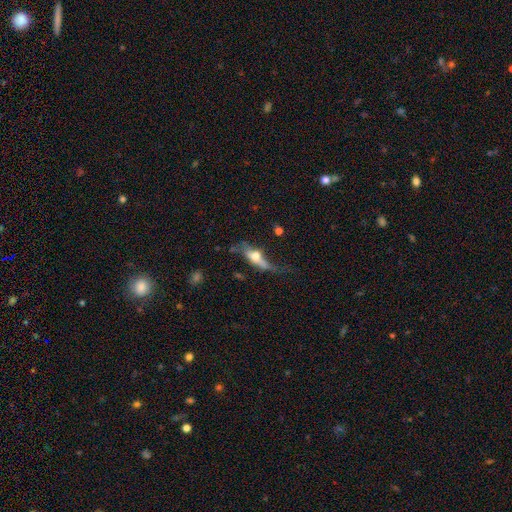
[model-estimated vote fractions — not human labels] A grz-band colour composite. It shows a featured or disk galaxy (50%) viewed edge-on (62%). Merging: major disturbance (36%).